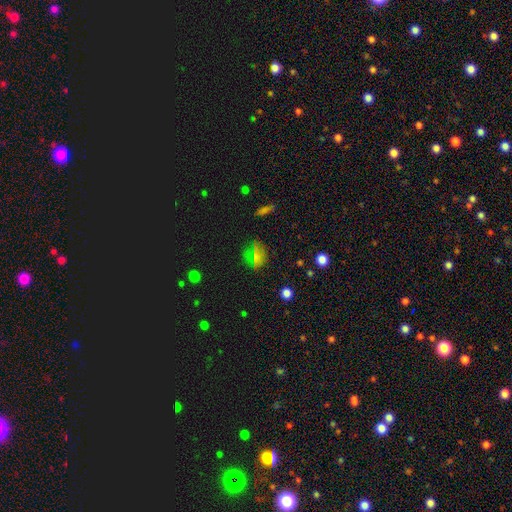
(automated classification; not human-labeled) Morphology: type=smooth (50%); roundness=round (62%); merging=none (76%).